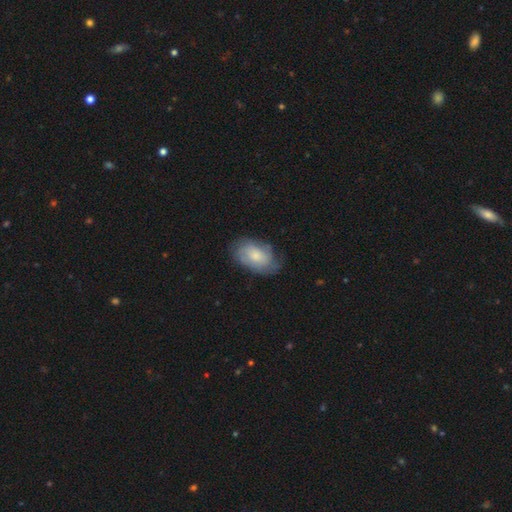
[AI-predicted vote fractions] A smooth galaxy with no disk features (55%) that is in between round and cigar-shaped (90%).

Vote fractions:
- Smooth or featured? smooth: 55% / featured or disk: 38% / star or artifact: 7%
- How rounded? in between: 90% / round: 9% / cigar-shaped: 2%
- Merging? none: 63% / minor disturbance: 27% / major disturbance: 9% / merger: 1%